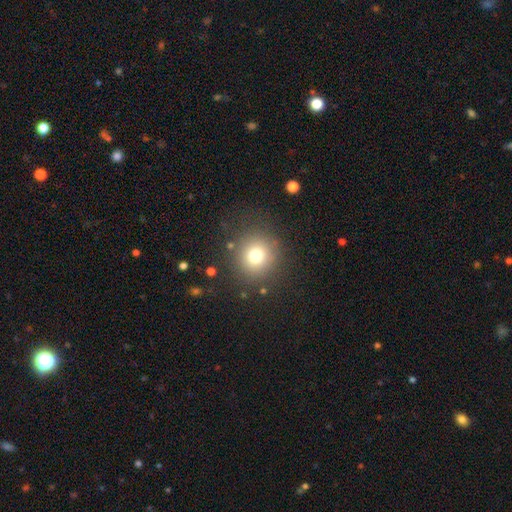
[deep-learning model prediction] Smooth or featured?
  - smooth: 76% *
  - star or artifact: 15%
  - featured or disk: 10%
How rounded?
  - round: 92% *
  - in between: 7%
  - cigar-shaped: 1%
Merging?
  - none: 86% *
  - minor disturbance: 8%
  - major disturbance: 4%
  - merger: 2%